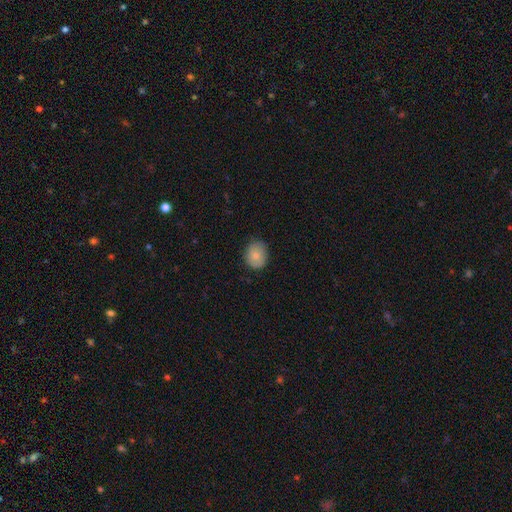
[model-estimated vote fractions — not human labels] Smooth or featured? Predicted: smooth (p=0.82). How rounded? Predicted: round (p=0.61). Merging? Predicted: none (p=0.80).